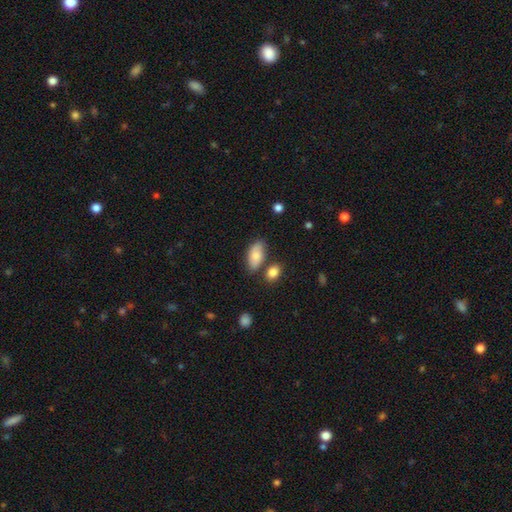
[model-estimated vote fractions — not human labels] smooth_or_featured: smooth (p=0.79) [alt: featured or disk p=0.14]
how_rounded: in between (p=0.92) [alt: round p=0.04]
merging: none (p=0.66) [alt: minor disturbance p=0.19]